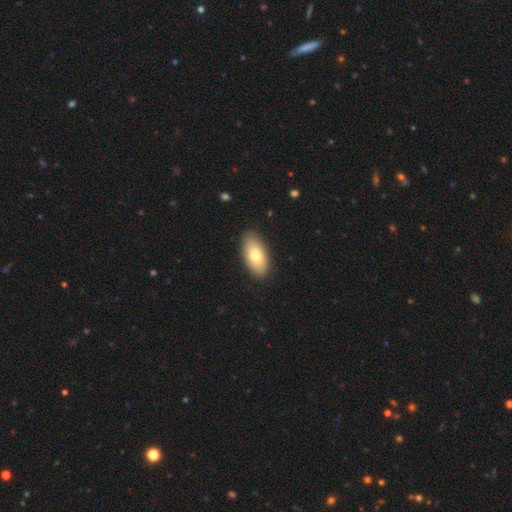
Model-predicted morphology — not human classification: Smooth or featured: smooth — 76% (featured or disk — 18%)
How rounded: in between — 92% (cigar-shaped — 5%)
Merging: none — 88% (minor disturbance — 9%)